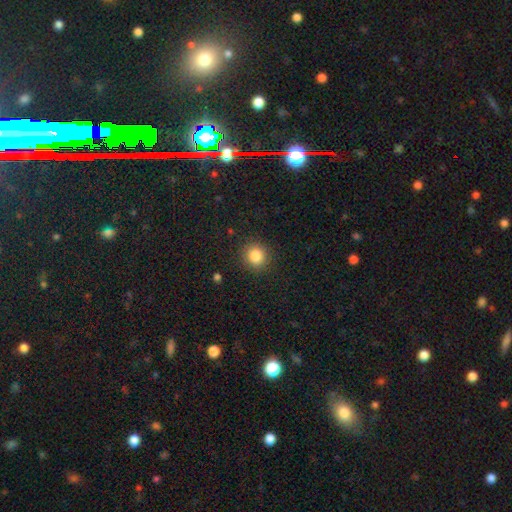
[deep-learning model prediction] Smooth or featured: smooth — 84% (star or artifact — 11%)
How rounded: round — 87% (in between — 12%)
Merging: none — 89% (minor disturbance — 7%)